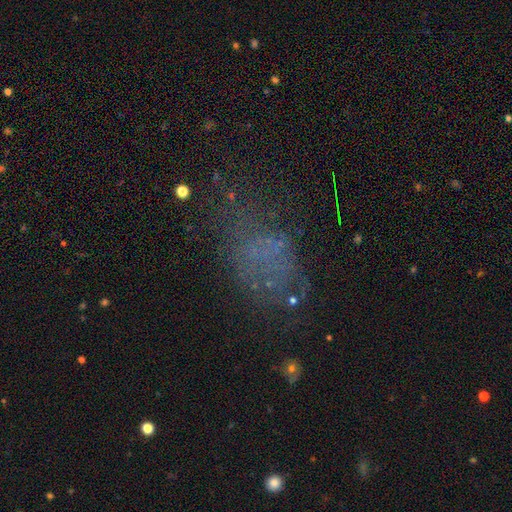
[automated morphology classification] A smooth galaxy with no disk features (39%). Merging: none (50%).